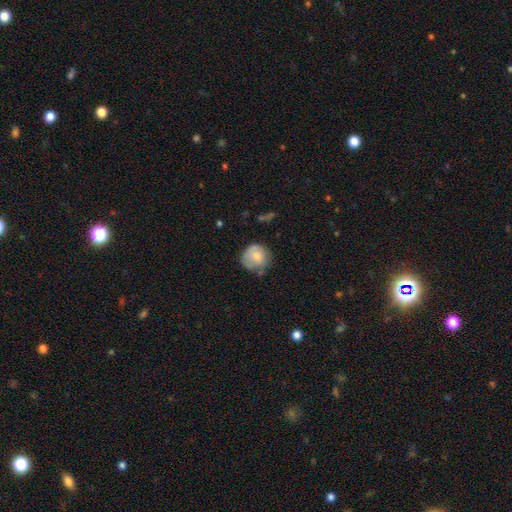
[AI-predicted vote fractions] A smooth galaxy with no disk features (74%) that is round (86%). Merging: none (56%).